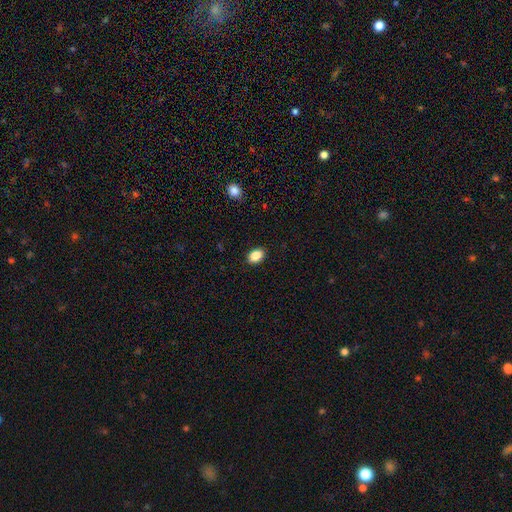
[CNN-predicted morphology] This is clearly a smooth galaxy (88%). How rounded: clearly in between (83%). Merging: clearly none (90%).